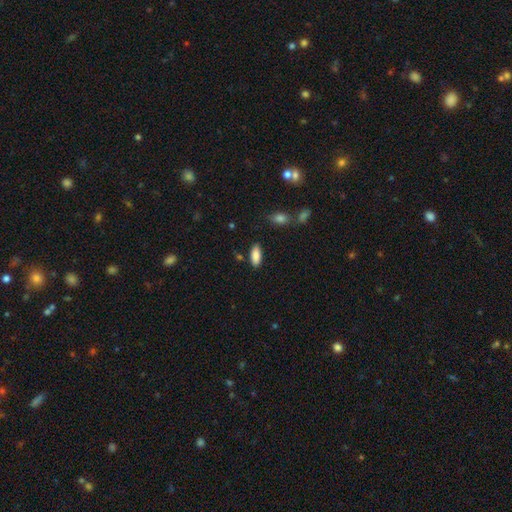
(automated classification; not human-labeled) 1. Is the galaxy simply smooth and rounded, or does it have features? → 88% smooth, 7% star or artifact, 5% featured or disk.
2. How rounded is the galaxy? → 79% in between, 19% cigar-shaped, 2% round.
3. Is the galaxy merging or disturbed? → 83% none, 12% minor disturbance, 3% major disturbance, 2% merger.